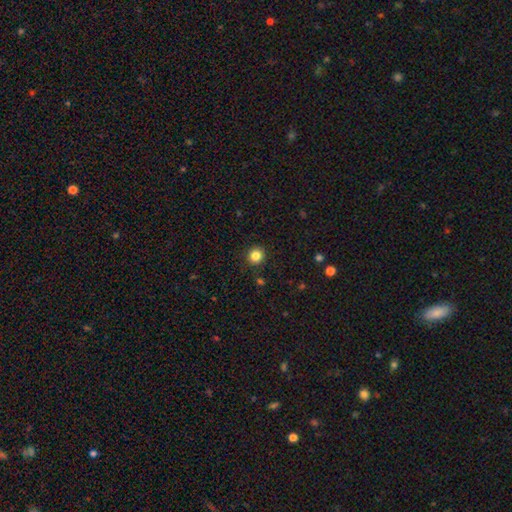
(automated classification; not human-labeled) Smooth or featured? Predicted: smooth (p=0.83). How rounded? Predicted: round (p=0.92). Merging? Predicted: none (p=0.91).